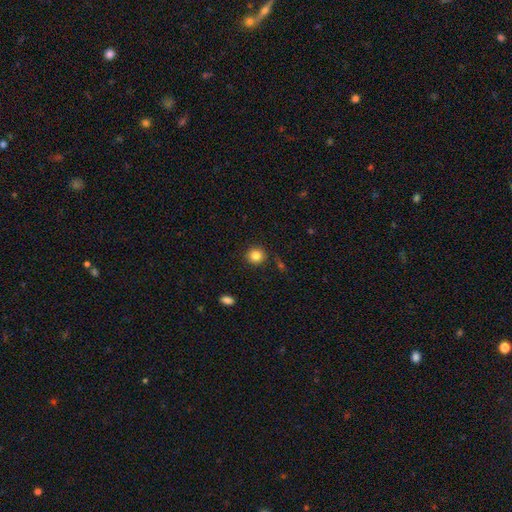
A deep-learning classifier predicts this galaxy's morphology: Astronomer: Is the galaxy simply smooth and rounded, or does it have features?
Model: smooth — 84%.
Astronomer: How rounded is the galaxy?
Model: round — 90%.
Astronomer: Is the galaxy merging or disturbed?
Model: none — 87%.